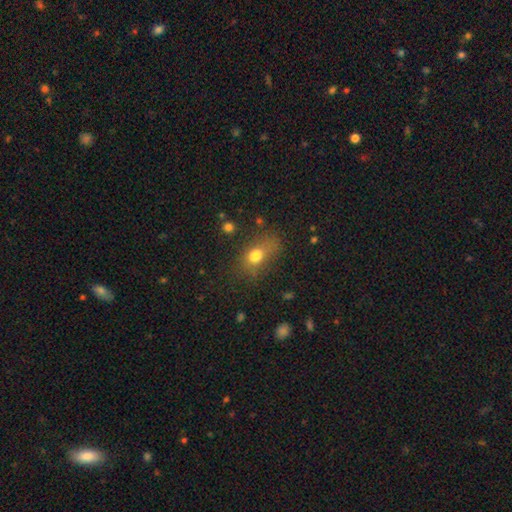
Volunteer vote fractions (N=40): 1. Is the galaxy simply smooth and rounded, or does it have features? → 70% smooth, 20% featured or disk, 10% star or artifact.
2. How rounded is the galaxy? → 71% in between, 21% round, 7% cigar-shaped.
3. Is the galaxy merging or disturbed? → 64% none, 25% minor disturbance, 8% major disturbance, 3% merger.